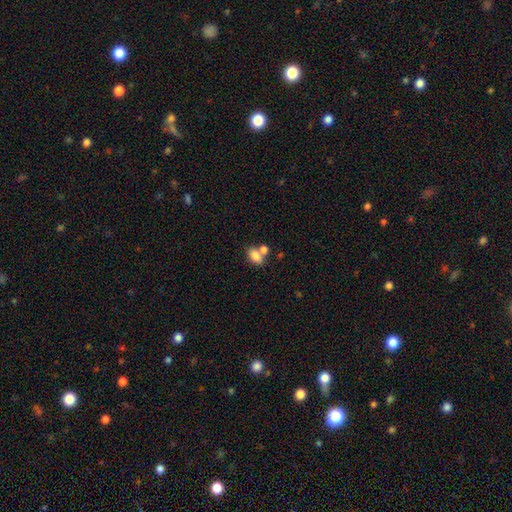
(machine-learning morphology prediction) smooth-or-featured: smooth: 81% | featured or disk: 10% | star or artifact: 9%
  how-rounded: in between: 85% | round: 13% | cigar-shaped: 2%
  merging: none: 43% | merger: 41% | minor disturbance: 11% | major disturbance: 4%